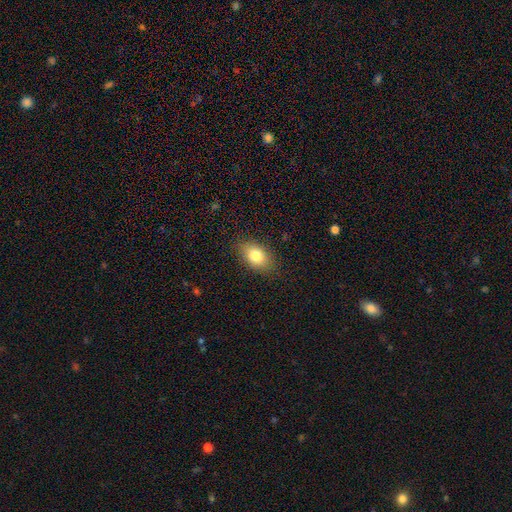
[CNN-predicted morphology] This appears to be a smooth galaxy with no disk features (81%) that is in between round and cigar-shaped (86%). Merging: none (84%).